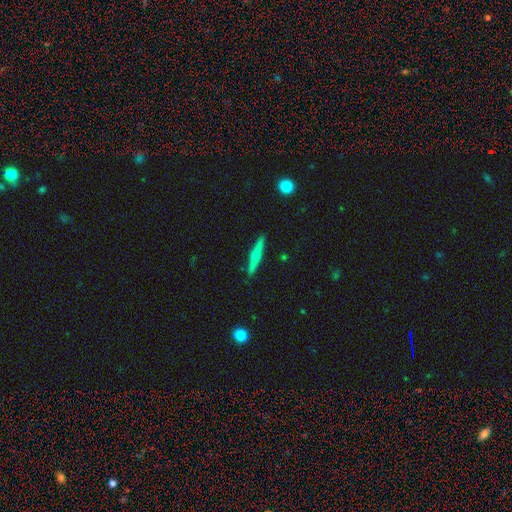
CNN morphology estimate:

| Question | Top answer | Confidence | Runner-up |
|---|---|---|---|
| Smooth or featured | featured or disk | 47% | smooth (46%) |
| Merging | none | 90% | minor disturbance (7%) |